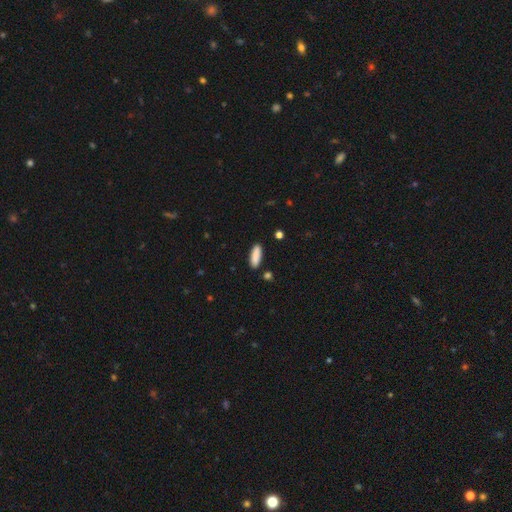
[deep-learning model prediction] Smooth or featured?
  - smooth: 89% *
  - star or artifact: 6%
  - featured or disk: 5%
How rounded?
  - in between: 55% *
  - cigar-shaped: 43%
  - round: 2%
Merging?
  - none: 88% *
  - minor disturbance: 8%
  - merger: 2%
  - major disturbance: 2%